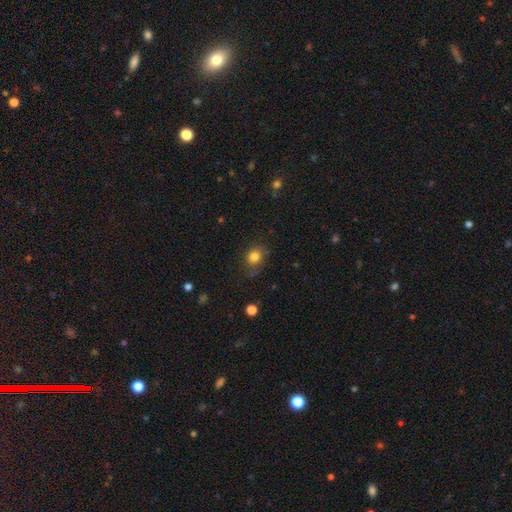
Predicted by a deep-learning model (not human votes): A smooth galaxy with no disk features (80%) that is round (64%). Merging: none (67%).